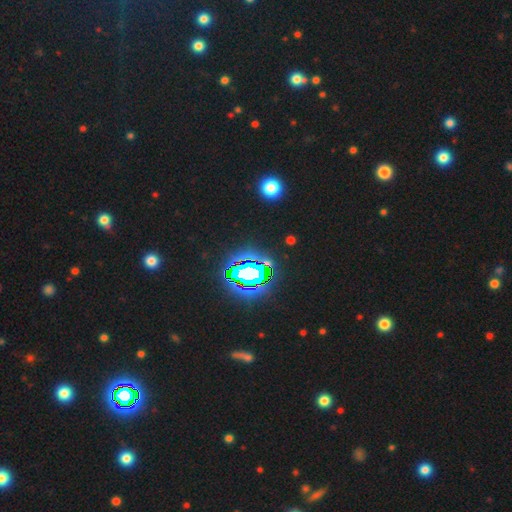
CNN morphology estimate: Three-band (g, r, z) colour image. It shows a star or artifact, not a galaxy (81%).